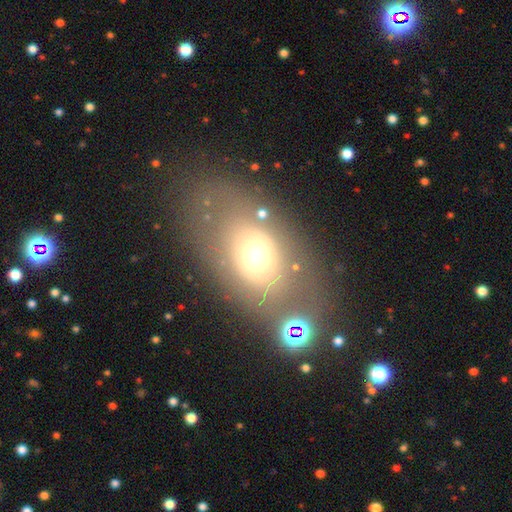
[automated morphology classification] smooth 46%, featured or disk 38%, star or artifact 16%. Down the decision tree: merging — none (69%).